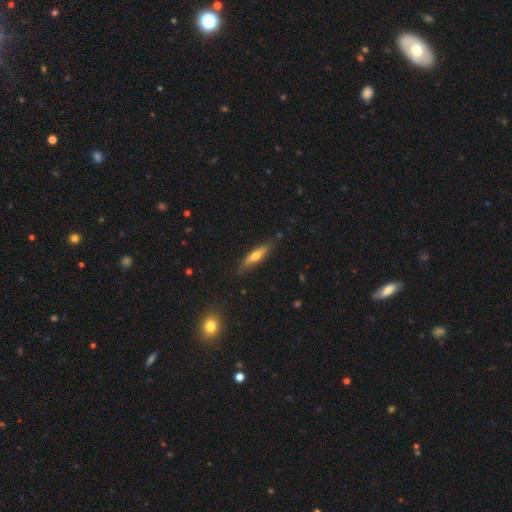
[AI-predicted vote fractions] Smooth or featured?
  - smooth: 54% *
  - featured or disk: 40%
  - star or artifact: 6%
How rounded?
  - cigar-shaped: 77% *
  - in between: 21%
  - round: 2%
Merging?
  - none: 81% *
  - minor disturbance: 14%
  - major disturbance: 2%
  - merger: 2%